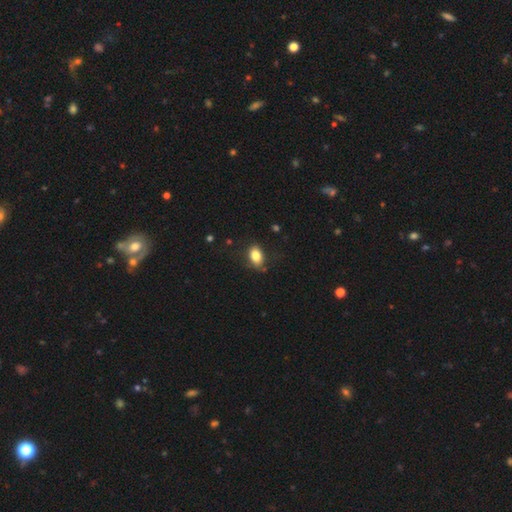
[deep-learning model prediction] Morphology: type=smooth (83%); roundness=in between (86%); merging=none (76%).